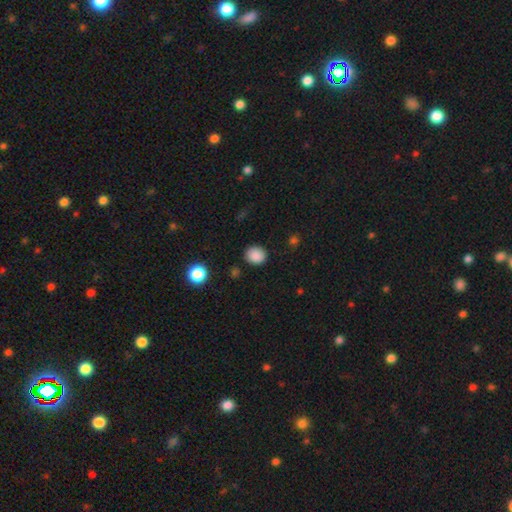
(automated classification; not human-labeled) Morphology: type=smooth (87%); roundness=round (78%); merging=none (86%).